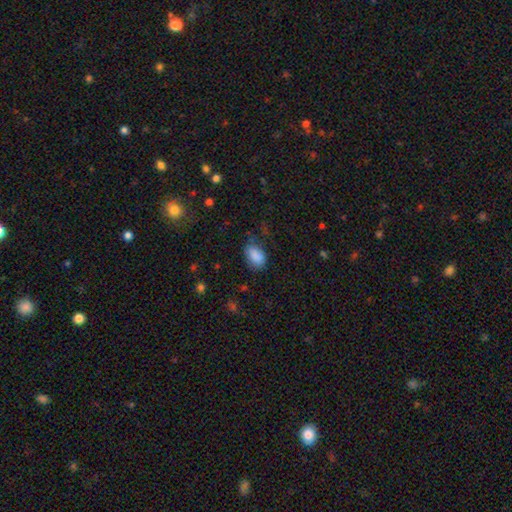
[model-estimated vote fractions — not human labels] Q: Smooth or featured?
A: smooth (87%); runner-up: star or artifact (7%)
Q: How rounded?
A: in between (90%); runner-up: round (9%)
Q: Merging?
A: none (64%); runner-up: minor disturbance (25%)